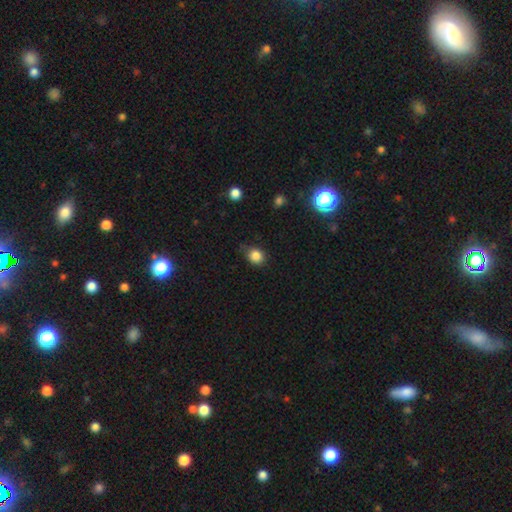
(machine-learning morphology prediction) This appears to be a smooth galaxy with no disk features (85%) that is round (74%). Merging: none (76%).